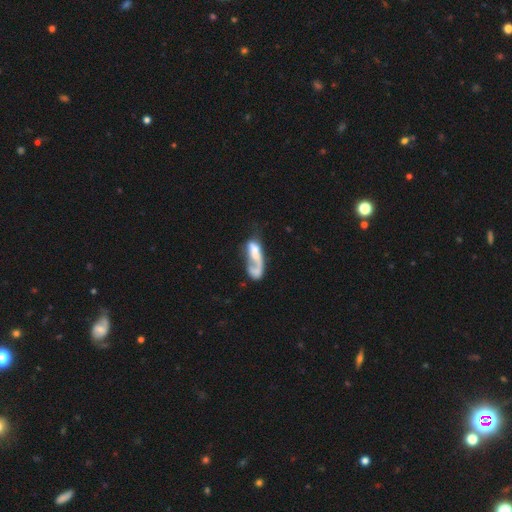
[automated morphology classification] featured or disk 55%, smooth 37%, star or artifact 7%. Down the decision tree: edge-on disk — no (91%); bar — no (71%); spiral arms — no (51%); bulge size — none (39%); merging — major disturbance (42%).